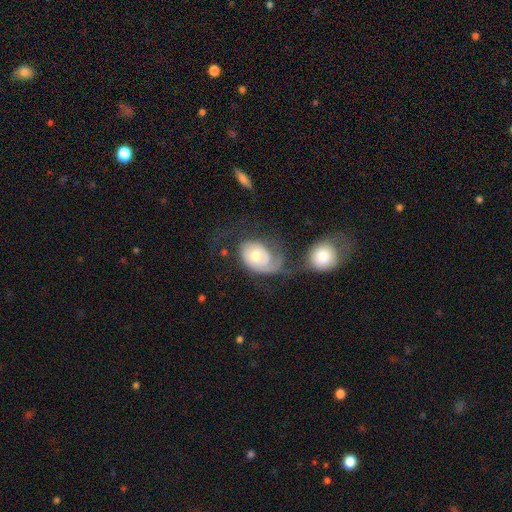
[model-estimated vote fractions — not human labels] featured or disk 64%, smooth 30%, star or artifact 6%. Down the decision tree: edge-on disk — no (96%); bar — no (79%); spiral arms — yes (76%); bulge size — moderate (72%); merging — major disturbance (33%).